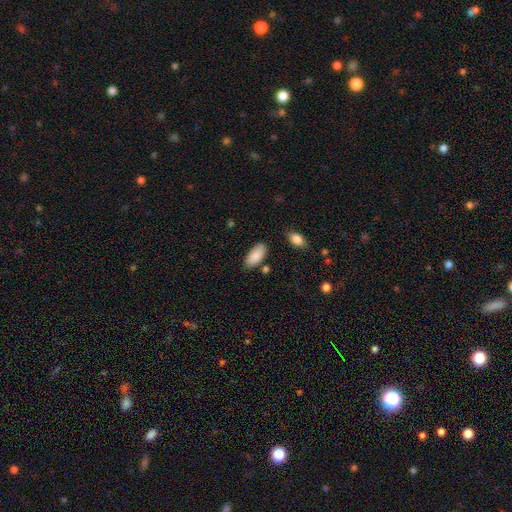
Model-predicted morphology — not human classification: A smooth galaxy with no disk features (89%) that is in between round and cigar-shaped (91%). Merging: none (80%).